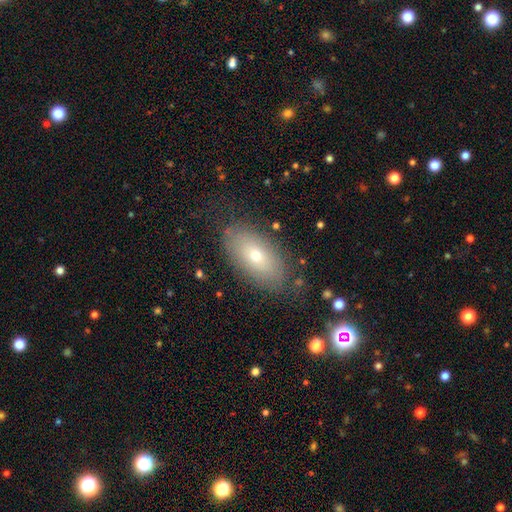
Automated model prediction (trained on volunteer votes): Smooth or featured?
  - smooth: 61% *
  - featured or disk: 28%
  - star or artifact: 11%
How rounded?
  - in between: 89% *
  - round: 6%
  - cigar-shaped: 5%
Merging?
  - none: 79% *
  - minor disturbance: 14%
  - major disturbance: 5%
  - merger: 2%